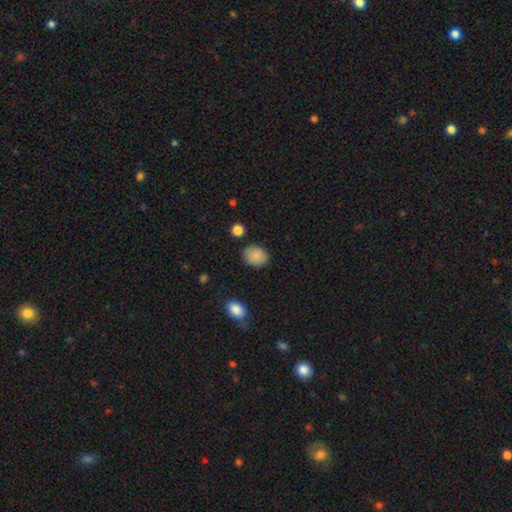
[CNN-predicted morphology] Smooth or featured? smooth (88%)
How rounded? in between (64%)
Merging? none (84%)